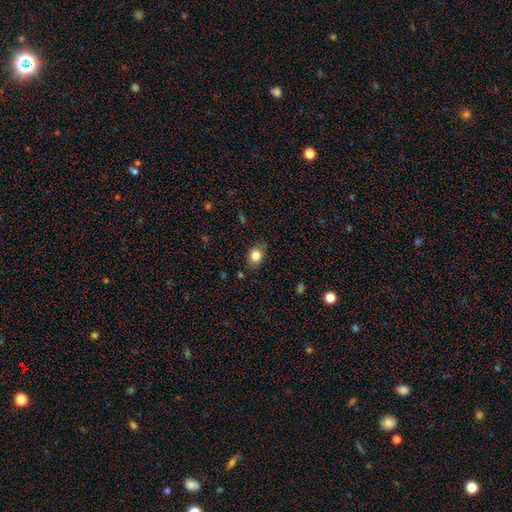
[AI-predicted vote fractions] smooth 82%, star or artifact 10%, featured or disk 9%. Down the decision tree: how rounded — in between (57%); merging — none (76%).